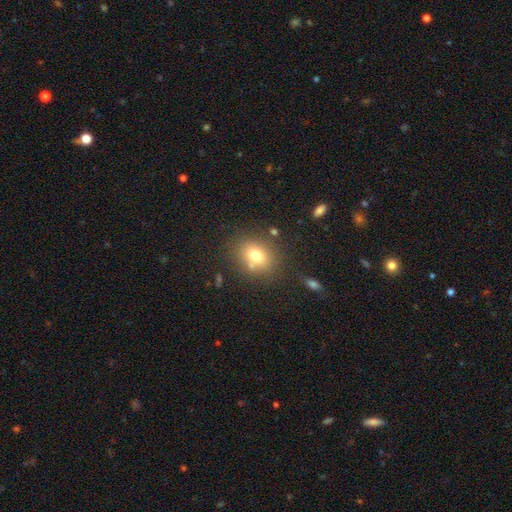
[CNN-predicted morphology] A smooth galaxy with no disk features (73%) that is round (58%). Merging: none (74%).